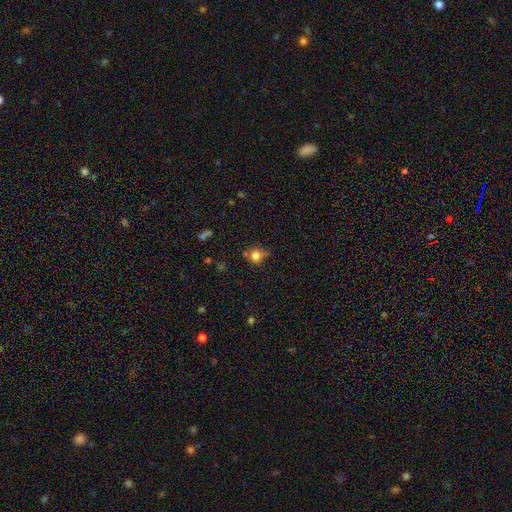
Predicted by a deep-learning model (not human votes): Q: Smooth or featured?
A: smooth (77%); runner-up: star or artifact (14%)
Q: How rounded?
A: round (82%); runner-up: in between (16%)
Q: Merging?
A: none (59%); runner-up: minor disturbance (24%)